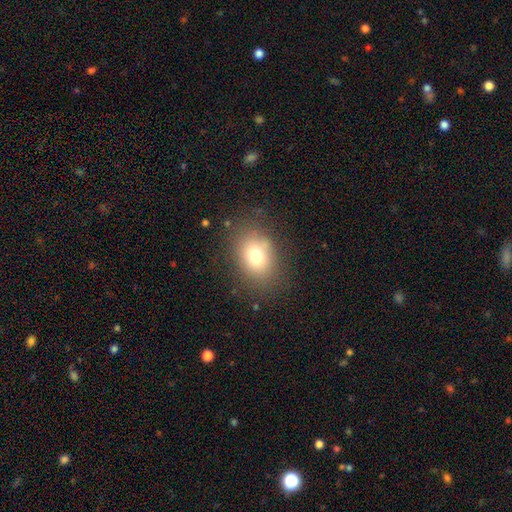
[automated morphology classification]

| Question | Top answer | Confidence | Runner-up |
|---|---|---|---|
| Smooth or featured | smooth | 75% | featured or disk (13%) |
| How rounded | in between | 64% | round (35%) |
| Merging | none | 77% | minor disturbance (15%) |